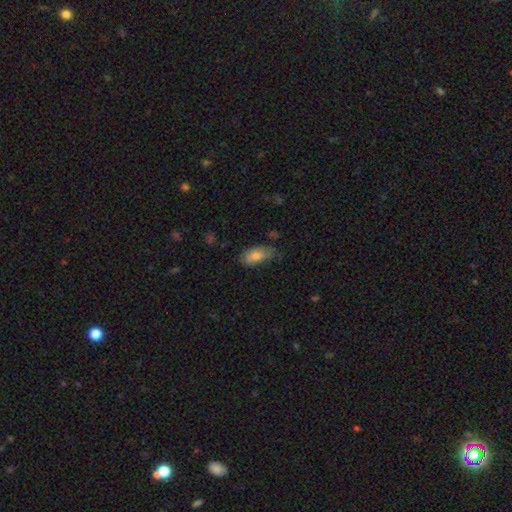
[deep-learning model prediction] Overall: smooth (75%). How rounded: in between (88%). Merging: none (57%; minor disturbance 33%).